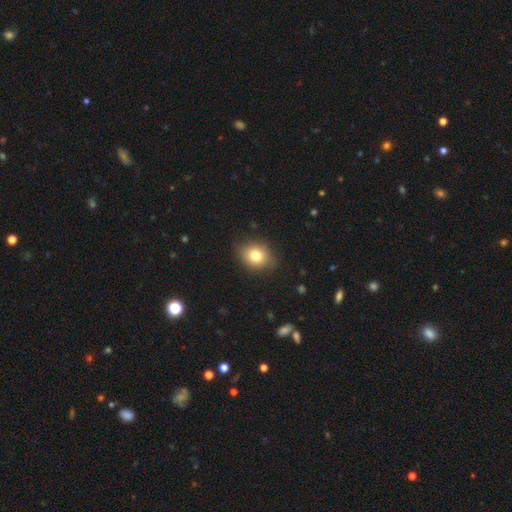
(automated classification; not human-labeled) Morphology: type=smooth (79%); roundness=in between (51%); merging=none (85%).